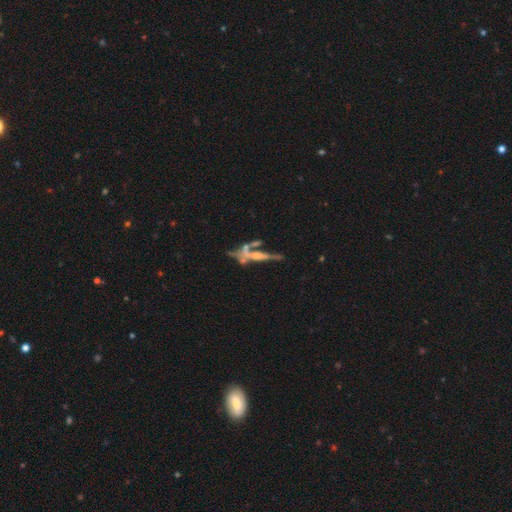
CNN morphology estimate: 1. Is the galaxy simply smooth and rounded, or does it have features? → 57% featured or disk, 28% smooth, 14% star or artifact.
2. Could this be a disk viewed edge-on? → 59% no, 41% yes.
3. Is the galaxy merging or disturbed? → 47% merger, 22% none, 21% major disturbance, 10% minor disturbance.